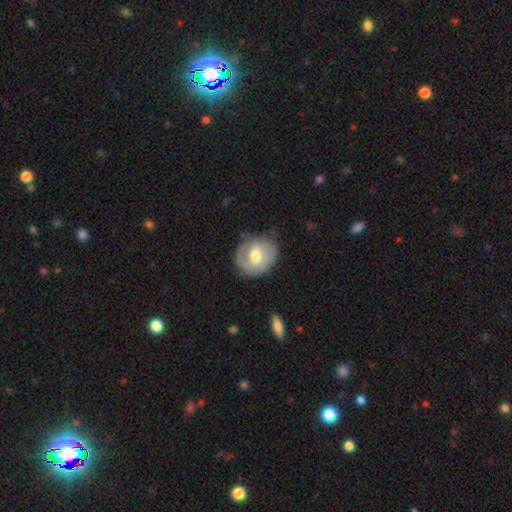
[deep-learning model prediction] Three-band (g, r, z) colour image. It shows a smooth galaxy with no disk features (49%). Merging: none (69%).